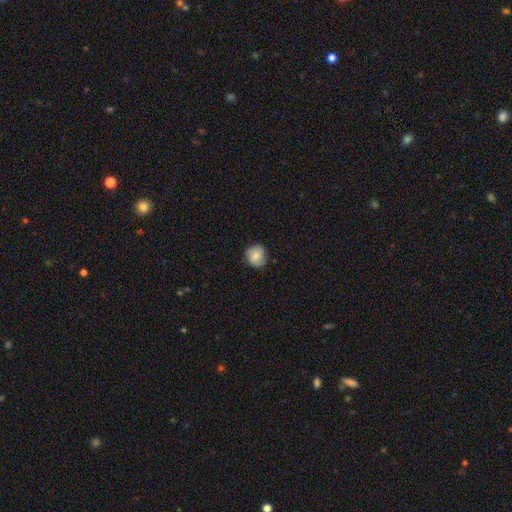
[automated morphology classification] type=smooth (78%); roundness=round (85%); merging=none (77%).